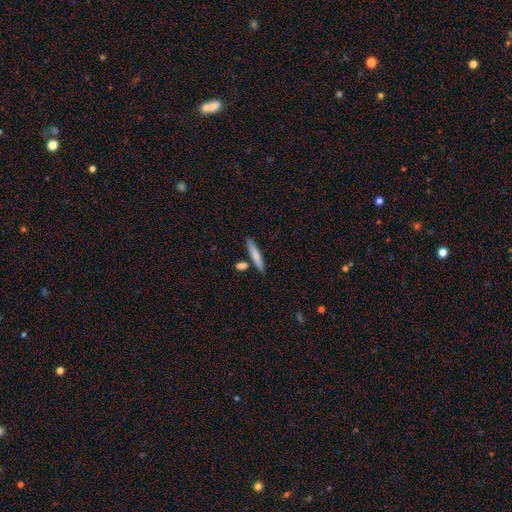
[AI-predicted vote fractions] Smooth or featured?
  - smooth: 75% *
  - featured or disk: 19%
  - star or artifact: 6%
How rounded?
  - cigar-shaped: 88% *
  - in between: 9%
  - round: 2%
Merging?
  - none: 80% *
  - minor disturbance: 9%
  - merger: 8%
  - major disturbance: 2%